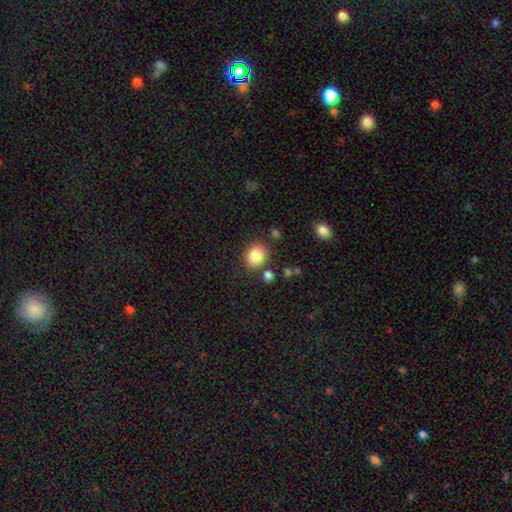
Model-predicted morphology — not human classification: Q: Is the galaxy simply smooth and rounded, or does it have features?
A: smooth — 84%.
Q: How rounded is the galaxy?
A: round — 71%.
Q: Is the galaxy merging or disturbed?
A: none — 82%.